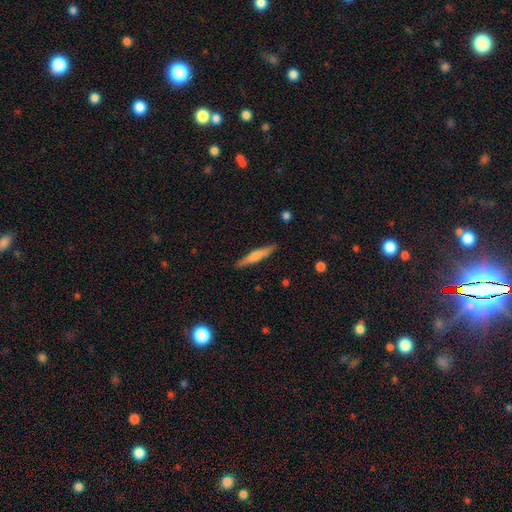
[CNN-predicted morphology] Smooth or featured: smooth — 52% (featured or disk — 43%)
How rounded: cigar-shaped — 91% (in between — 7%)
Merging: none — 90% (minor disturbance — 8%)